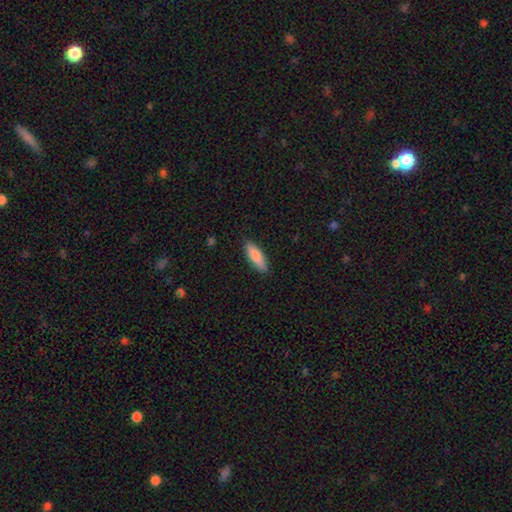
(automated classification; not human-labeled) Smooth or featured: smooth — 85% (featured or disk — 9%)
How rounded: in between — 52% (cigar-shaped — 46%)
Merging: none — 87% (minor disturbance — 10%)